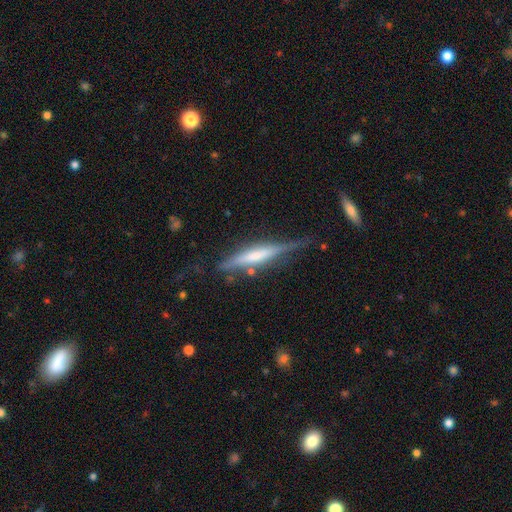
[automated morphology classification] Overall: featured or disk (64%; smooth 30%). Edge-on disk: yes (94%). Edge-on bulge: rounded (41%; none 32%). Merging: none (64%; minor disturbance 25%).